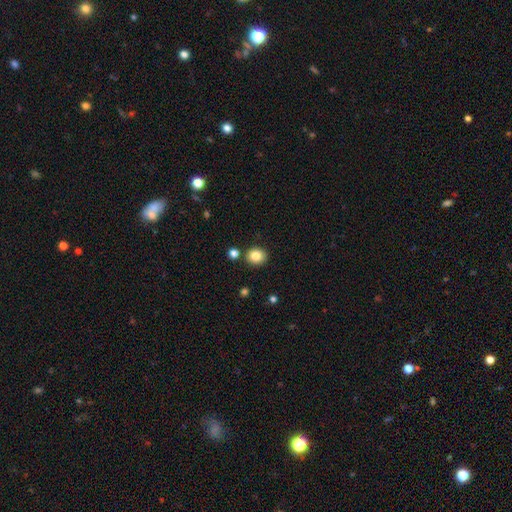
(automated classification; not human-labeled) The model was most divided on "how rounded": round: 75%, in between: 24%, cigar-shaped: 1%. More confident: merging — none (85%); smooth or featured — smooth (84%).